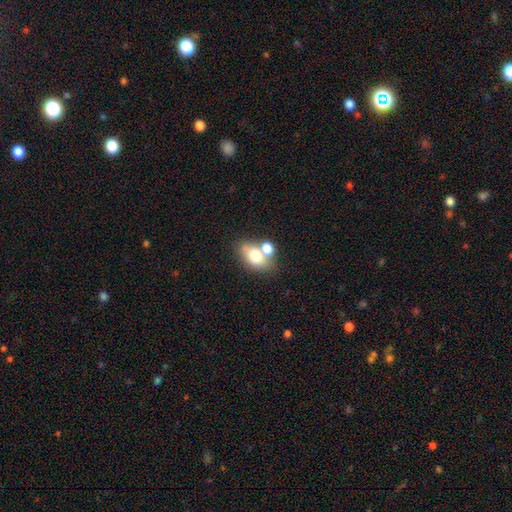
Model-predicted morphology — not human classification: This is likely a smooth galaxy (71%). How rounded: likely in between (78%). Merging: marginally none (44%).